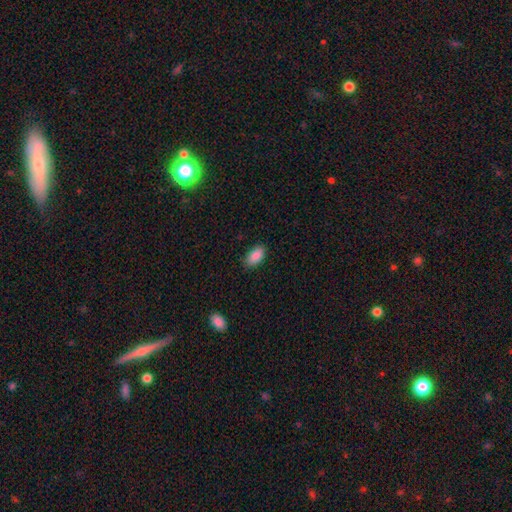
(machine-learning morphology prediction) Smooth or featured: smooth — 89% (star or artifact — 7%)
How rounded: in between — 93% (cigar-shaped — 4%)
Merging: none — 84% (minor disturbance — 13%)